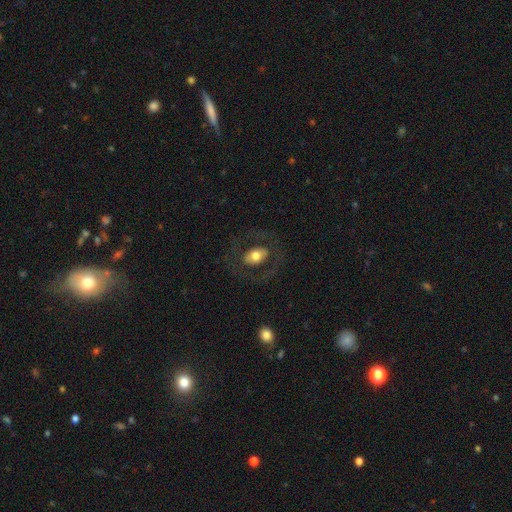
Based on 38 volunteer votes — This is possibly a featured or disk galaxy (50%). It is likely not viewed edge-on (79%). Bar: likely no (67%). Spiral arm pattern: clearly no (93%). Central bulge: likely moderate (60%). Merging: likely none (78%).